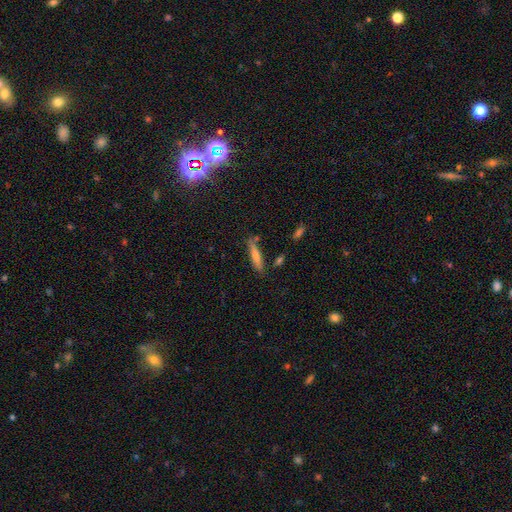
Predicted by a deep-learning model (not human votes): Smooth or featured: smooth — 59% (featured or disk — 31%)
How rounded: cigar-shaped — 84% (in between — 14%)
Merging: none — 78% (minor disturbance — 14%)